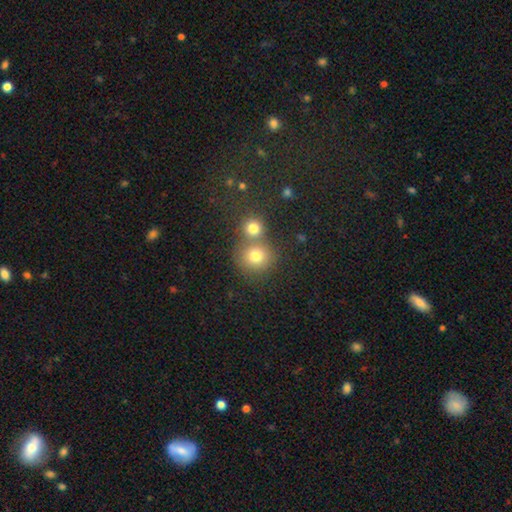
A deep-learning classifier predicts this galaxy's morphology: Smooth or featured? Predicted: smooth (p=0.76). How rounded? Predicted: round (p=0.86). Merging? Predicted: none (p=0.53).